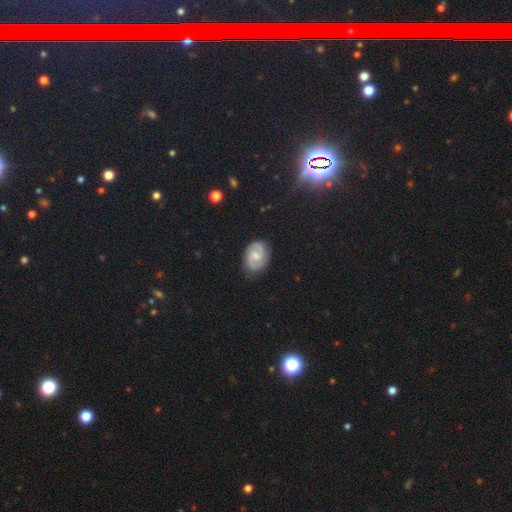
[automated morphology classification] A featured or disk galaxy (76%) with a weak bar (53%), 2 (89%) medium (47%) spiral arms (93%) and a moderate central bulge (51%). Merging: none (83%).